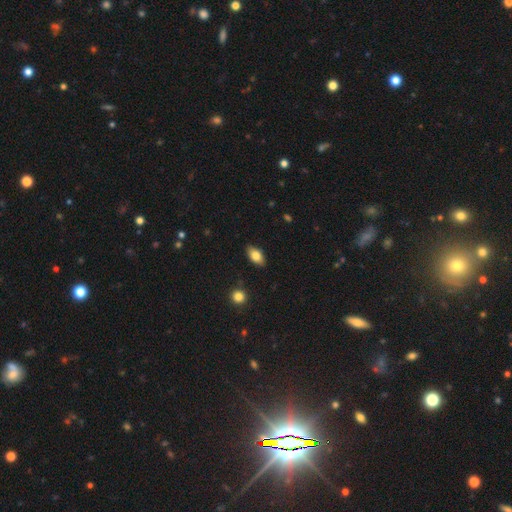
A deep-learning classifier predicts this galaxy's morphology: smooth-or-featured: smooth: 79% | featured or disk: 14% | star or artifact: 7%
  how-rounded: in between: 90% | cigar-shaped: 5% | round: 5%
  merging: none: 86% | minor disturbance: 10% | major disturbance: 2% | merger: 1%